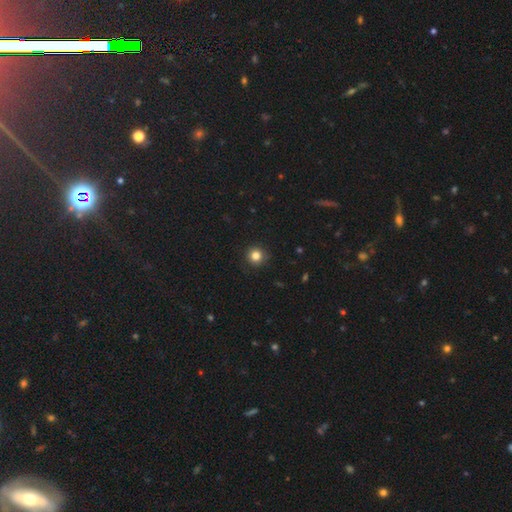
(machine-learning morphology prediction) Q: Smooth or featured?
A: smooth (83%); runner-up: star or artifact (12%)
Q: How rounded?
A: round (94%); runner-up: in between (5%)
Q: Merging?
A: none (89%); runner-up: minor disturbance (8%)